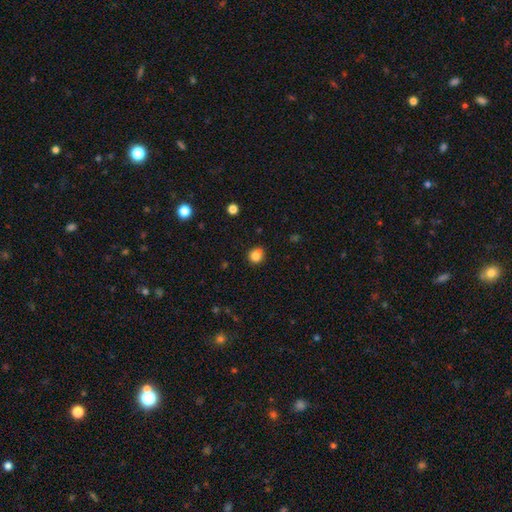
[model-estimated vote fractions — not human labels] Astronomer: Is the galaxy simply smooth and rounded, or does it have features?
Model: smooth — 83%.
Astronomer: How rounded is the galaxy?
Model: round — 83%.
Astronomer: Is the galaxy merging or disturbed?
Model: none — 79%.